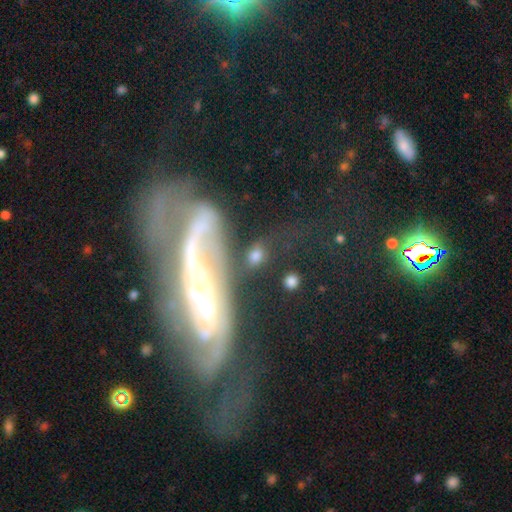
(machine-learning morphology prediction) Smooth or featured? smooth (65%)
How rounded? in between (53%)
Merging? none (69%)